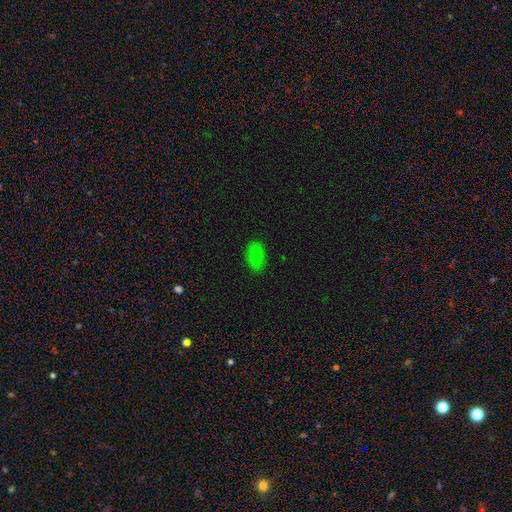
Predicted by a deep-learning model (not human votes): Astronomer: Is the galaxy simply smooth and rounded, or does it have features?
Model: smooth — 81%.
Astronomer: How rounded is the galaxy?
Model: in between — 92%.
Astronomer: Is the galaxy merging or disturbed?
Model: none — 82%.